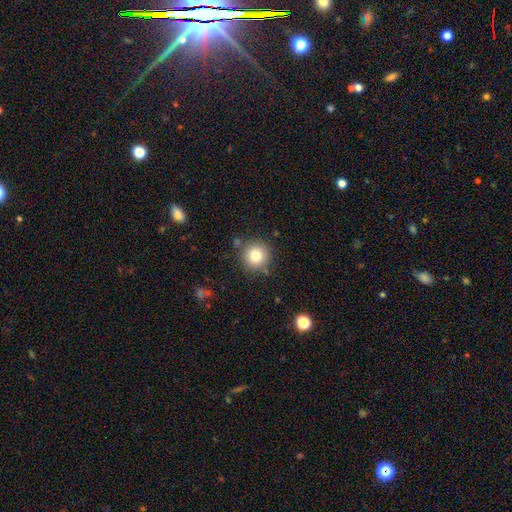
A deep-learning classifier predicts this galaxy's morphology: Smooth or featured? smooth (80%)
How rounded? round (94%)
Merging? none (84%)